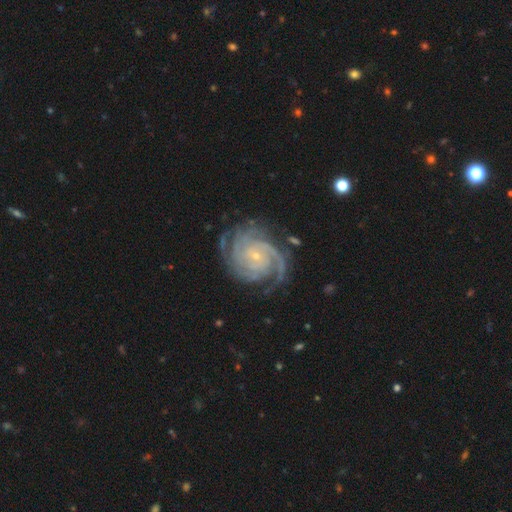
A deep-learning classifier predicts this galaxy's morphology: smooth_or_featured: featured or disk (p=0.92) [alt: star or artifact p=0.05]
disk_edge_on: no (p=0.98) [alt: yes p=0.02]
bar: no (p=0.73) [alt: weak p=0.20]
has_spiral_arms: yes (p=0.99) [alt: no p=0.01]
spiral_winding: tight (p=0.74) [alt: medium p=0.22]
spiral_arm_count: 4 (p=0.25) [alt: 3 p=0.24]
bulge_size: small (p=0.85) [alt: moderate p=0.11]
merging: none (p=0.75) [alt: minor disturbance p=0.17]